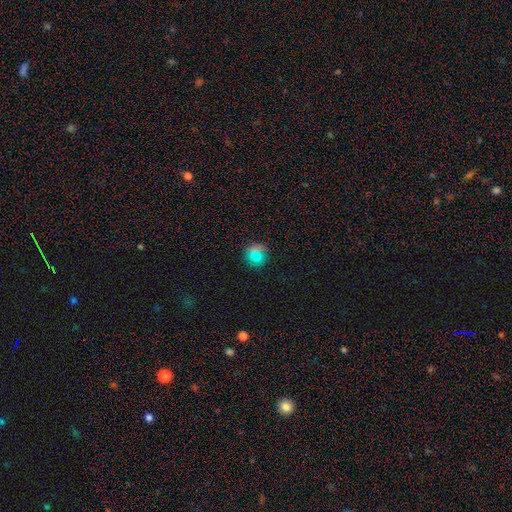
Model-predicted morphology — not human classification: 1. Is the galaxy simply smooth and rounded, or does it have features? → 71% smooth, 20% star or artifact, 10% featured or disk.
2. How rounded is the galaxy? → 90% round, 9% in between, 1% cigar-shaped.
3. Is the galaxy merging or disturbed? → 82% none, 11% minor disturbance, 4% merger, 4% major disturbance.